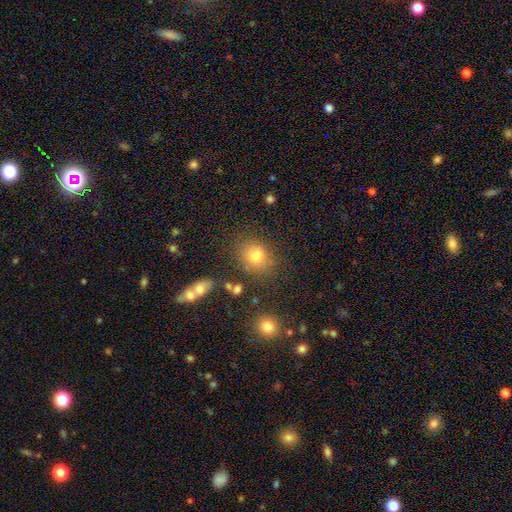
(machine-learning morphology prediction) A smooth galaxy with no disk features (76%) that is round (51%).

Vote fractions:
- Smooth or featured? smooth: 76% / star or artifact: 14% / featured or disk: 10%
- How rounded? round: 51% / in between: 47% / cigar-shaped: 1%
- Merging? none: 68% / minor disturbance: 17% / merger: 9% / major disturbance: 6%